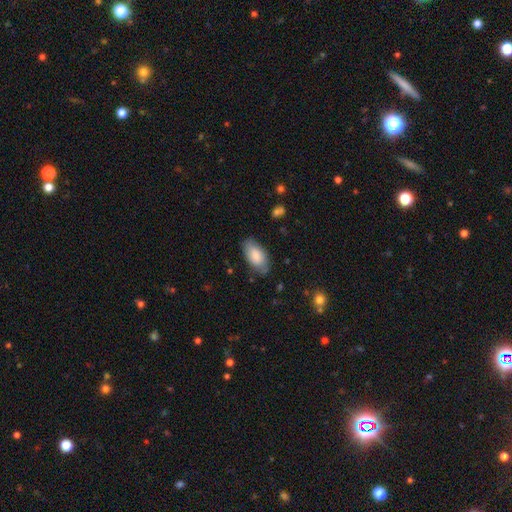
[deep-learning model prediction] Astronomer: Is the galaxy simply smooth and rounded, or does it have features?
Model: smooth — 84%.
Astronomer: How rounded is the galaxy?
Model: in between — 94%.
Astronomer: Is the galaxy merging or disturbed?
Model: none — 76%.